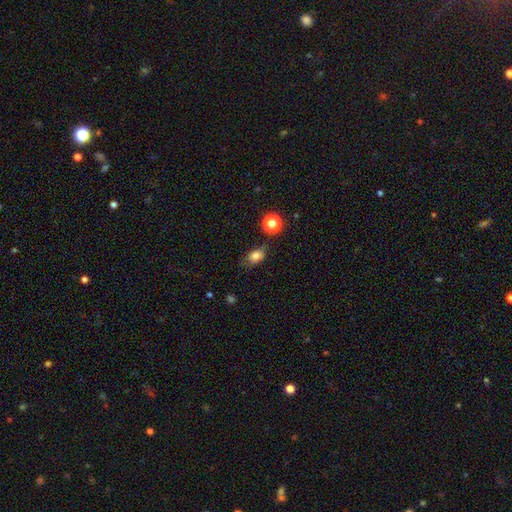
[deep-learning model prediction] The model was most divided on "merging": none: 65%, minor disturbance: 24%, major disturbance: 7%, merger: 4%. More confident: smooth or featured — smooth (80%); how rounded — in between (78%).